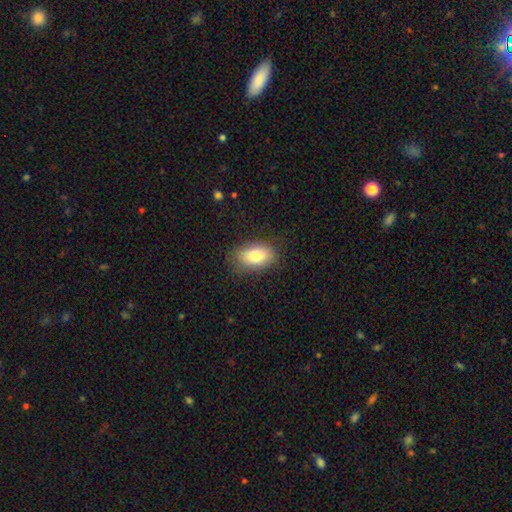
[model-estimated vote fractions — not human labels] A smooth galaxy with no disk features (79%) that is in between round and cigar-shaped (89%). Merging: none (82%).